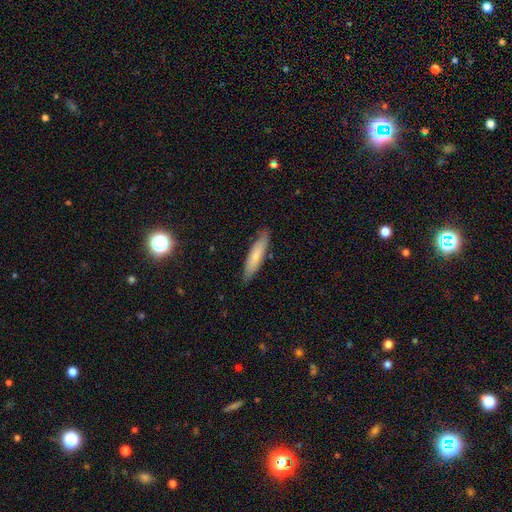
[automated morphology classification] Smooth or featured? Predicted: smooth (p=0.67). How rounded? Predicted: cigar-shaped (p=0.78). Merging? Predicted: none (p=0.84).